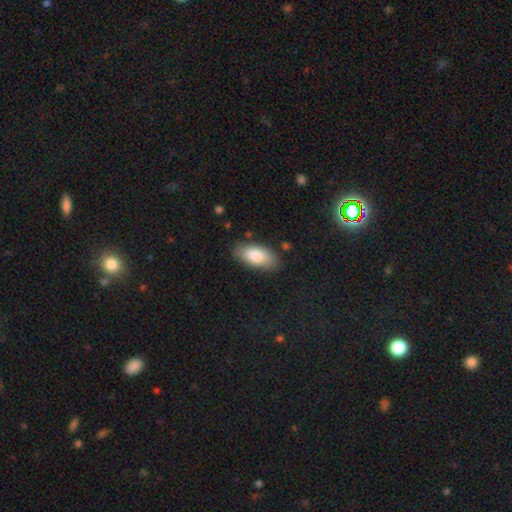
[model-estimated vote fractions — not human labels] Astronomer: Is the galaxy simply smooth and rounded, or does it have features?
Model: smooth — 83%.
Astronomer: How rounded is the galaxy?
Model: in between — 92%.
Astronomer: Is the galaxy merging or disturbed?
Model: none — 82%.